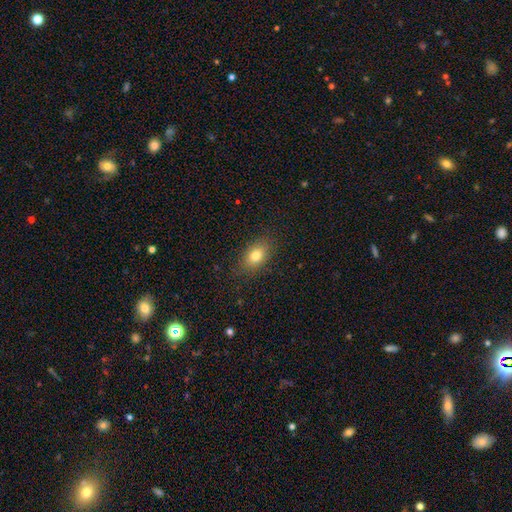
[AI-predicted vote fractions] Morphology: type=smooth (78%); roundness=in between (82%); merging=none (84%).